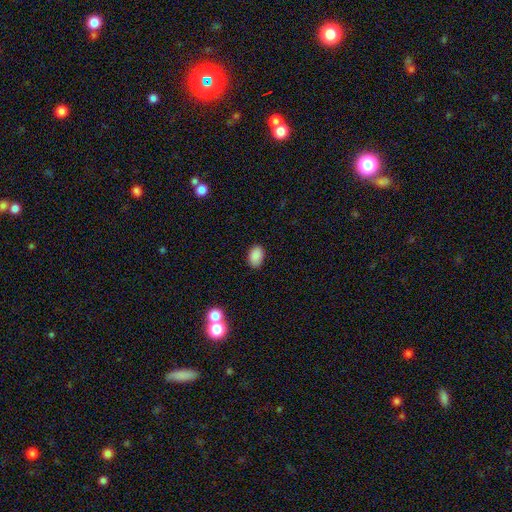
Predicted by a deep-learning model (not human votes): This is clearly a smooth galaxy (88%). How rounded: clearly in between (86%). Merging: clearly none (86%).